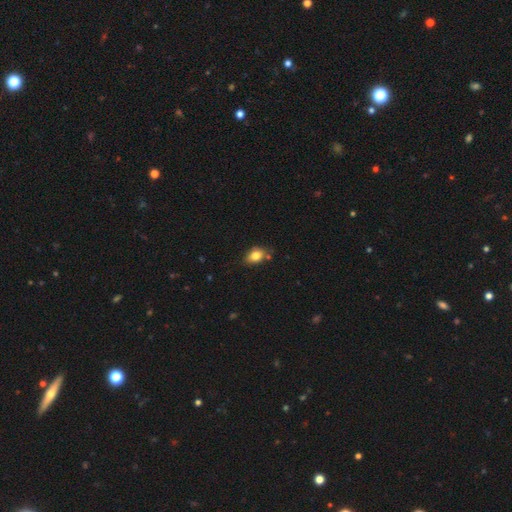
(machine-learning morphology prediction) Smooth or featured? smooth (81%)
How rounded? in between (75%)
Merging? none (69%)